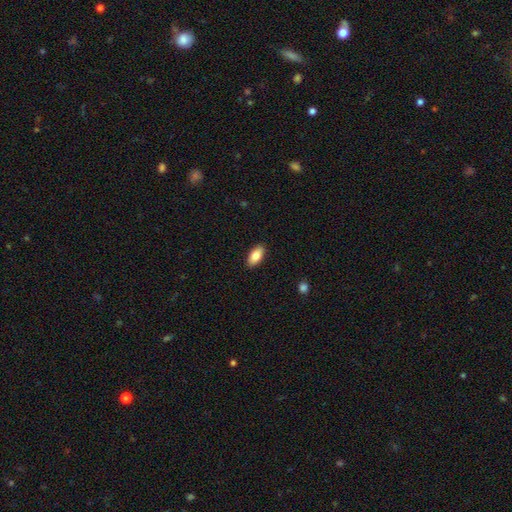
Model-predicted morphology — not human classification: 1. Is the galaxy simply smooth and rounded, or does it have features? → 84% smooth, 9% featured or disk, 7% star or artifact.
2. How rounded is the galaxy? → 91% in between, 6% cigar-shaped, 2% round.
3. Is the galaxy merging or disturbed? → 90% none, 8% minor disturbance, 2% major disturbance, 1% merger.